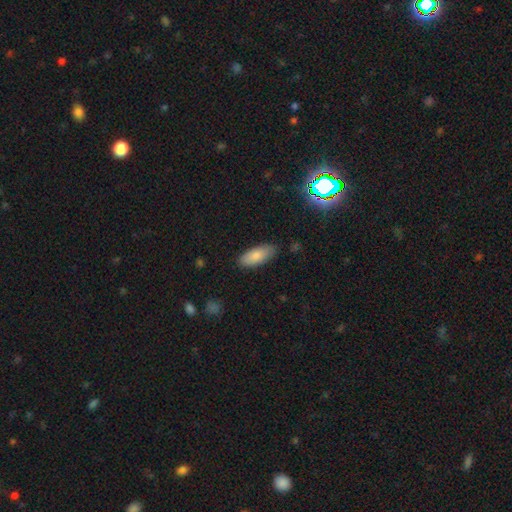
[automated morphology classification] A smooth galaxy with no disk features (84%) that is in between round and cigar-shaped (83%). Merging: none (84%).